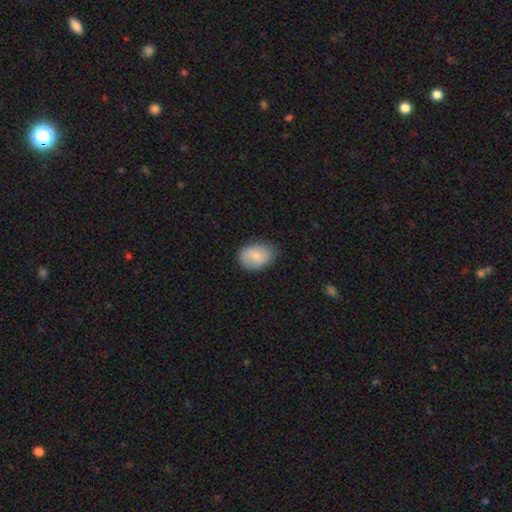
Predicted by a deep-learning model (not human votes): This is likely a smooth galaxy (79%). How rounded: likely in between (74%). Merging: likely none (77%).